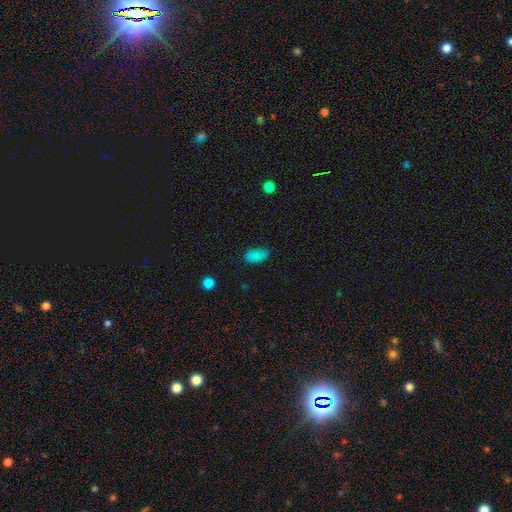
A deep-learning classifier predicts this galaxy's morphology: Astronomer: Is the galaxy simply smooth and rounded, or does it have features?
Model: smooth — 84%.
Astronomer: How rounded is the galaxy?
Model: in between — 92%.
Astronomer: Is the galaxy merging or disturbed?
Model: none — 76%.